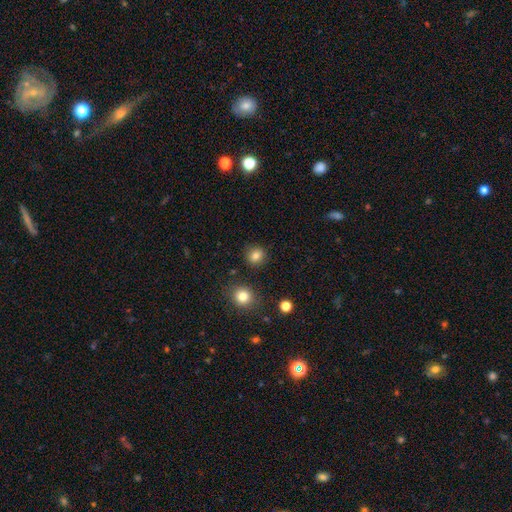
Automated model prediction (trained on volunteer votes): Morphology: type=smooth (82%); roundness=round (88%); merging=none (88%).